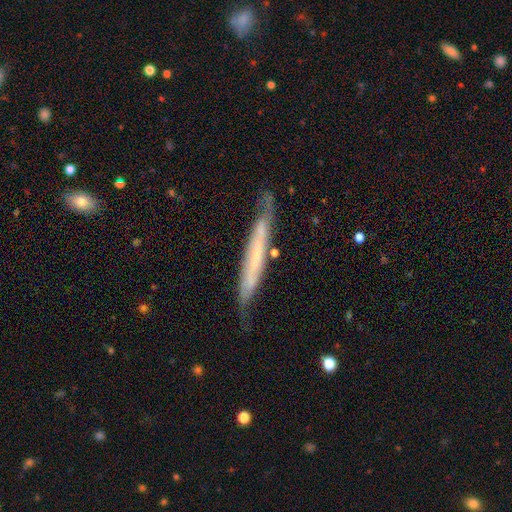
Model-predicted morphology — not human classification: A featured or disk galaxy (61%) viewed edge-on (72%).

Vote fractions:
- Smooth or featured? featured or disk: 61% / smooth: 33% / star or artifact: 6%
- Edge-on disk? yes: 72% / no: 28%
- Merging? none: 66% / minor disturbance: 24% / major disturbance: 7% / merger: 3%